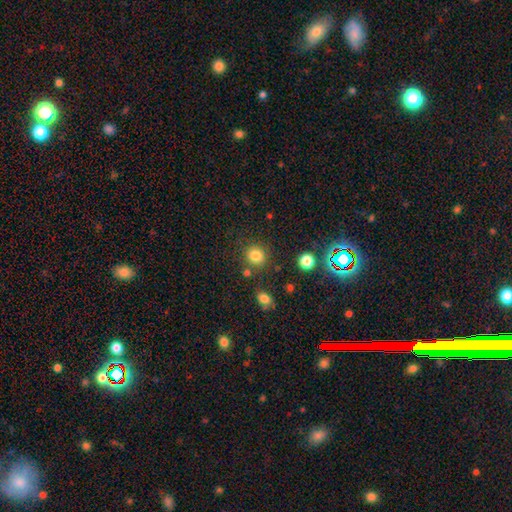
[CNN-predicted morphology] type=smooth (82%); roundness=round (89%); merging=none (81%).